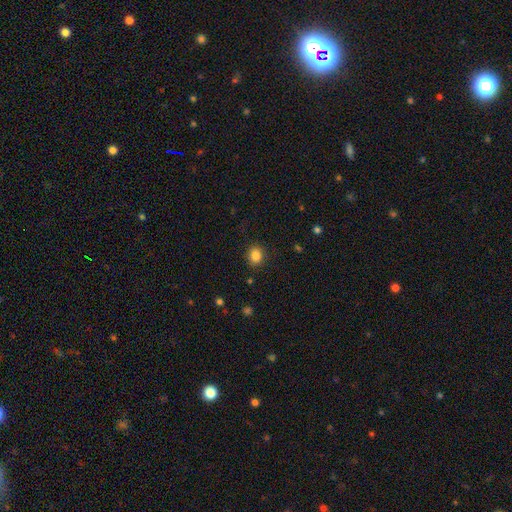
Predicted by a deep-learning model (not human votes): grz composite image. It shows a smooth galaxy with no disk features (85%) that is round (69%). Merging: none (88%).